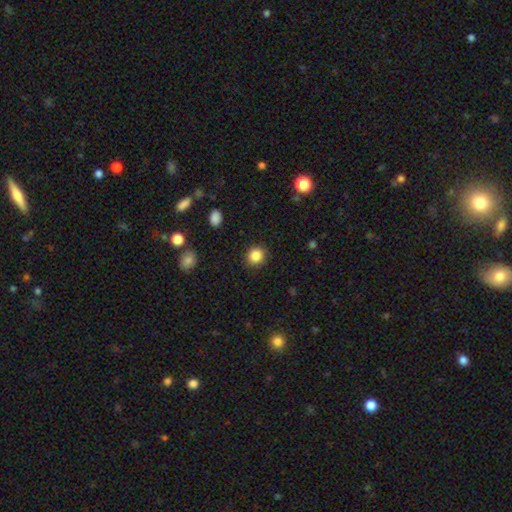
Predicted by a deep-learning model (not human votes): Smooth or featured?
  - smooth: 85% *
  - star or artifact: 11%
  - featured or disk: 4%
How rounded?
  - round: 88% *
  - in between: 11%
  - cigar-shaped: 1%
Merging?
  - none: 91% *
  - minor disturbance: 6%
  - major disturbance: 2%
  - merger: 1%